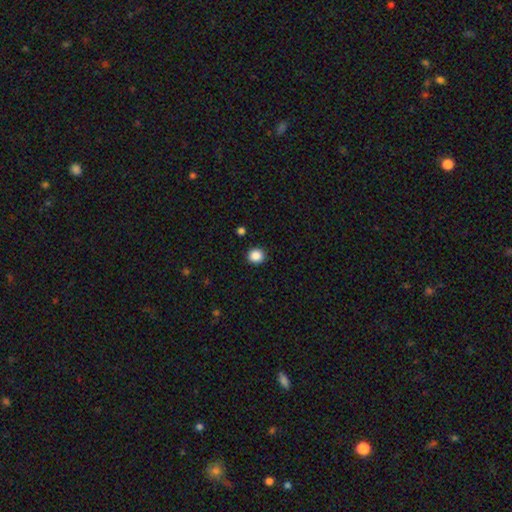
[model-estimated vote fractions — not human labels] Smooth or featured? Predicted: smooth (p=0.87). How rounded? Predicted: round (p=0.89). Merging? Predicted: none (p=0.92).